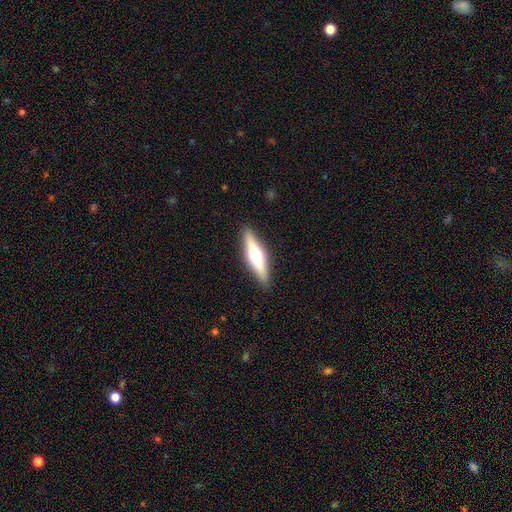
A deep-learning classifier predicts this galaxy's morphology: Smooth or featured?
  - featured or disk: 56% *
  - smooth: 38%
  - star or artifact: 6%
Edge-on disk?
  - yes: 94% *
  - no: 6%
Edge-on bulge?
  - rounded: 93% *
  - boxy: 4%
  - none: 3%
Merging?
  - none: 90% *
  - minor disturbance: 7%
  - major disturbance: 2%
  - merger: 1%